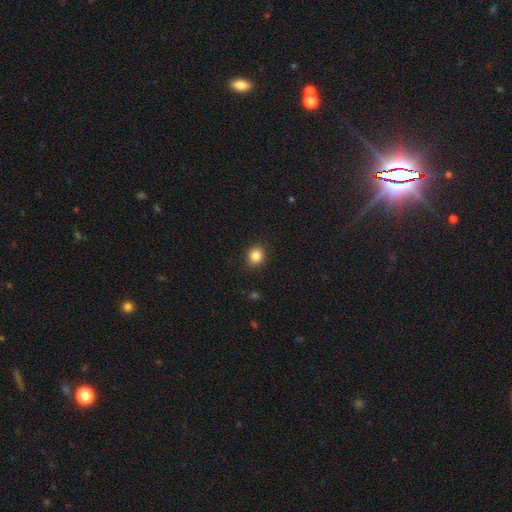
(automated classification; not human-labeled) smooth 85%, star or artifact 11%, featured or disk 5%. Down the decision tree: how rounded — round (79%); merging — none (90%).